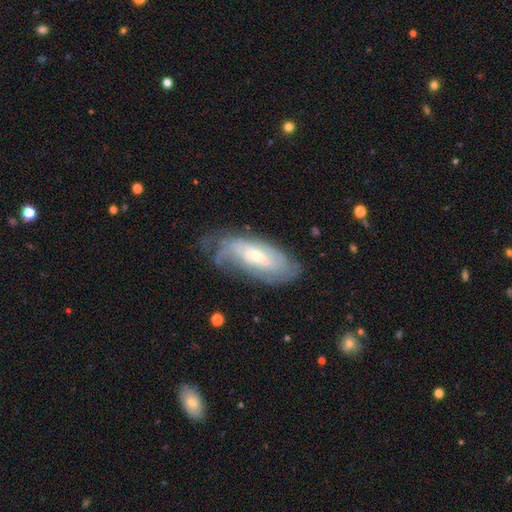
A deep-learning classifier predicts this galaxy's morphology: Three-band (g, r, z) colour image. It shows a featured or disk galaxy (73%) with no bar (63%), tight (58%) spiral arms (83%) and a small central bulge (64%). Merging: none (56%).